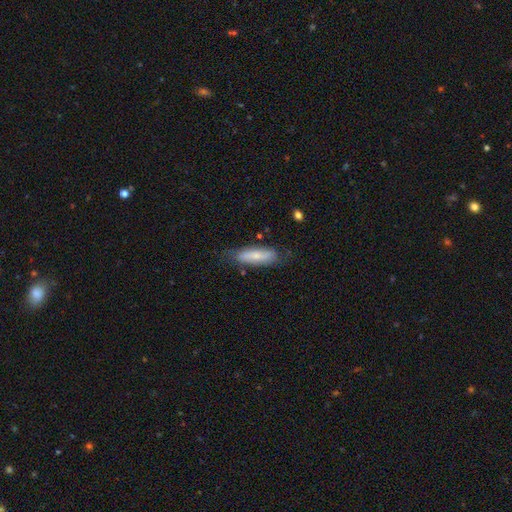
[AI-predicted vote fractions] A smooth galaxy with no disk features (60%) that is cigar-shaped (52%). Merging: none (70%).